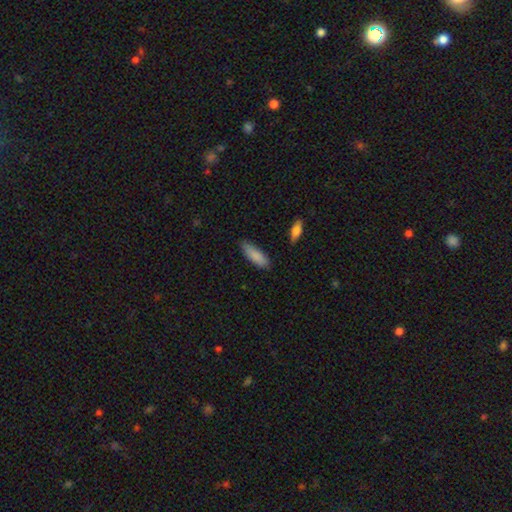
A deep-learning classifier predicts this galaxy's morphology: Smooth or featured? Predicted: smooth (p=0.87). How rounded? Predicted: in between (p=0.58). Merging? Predicted: none (p=0.80).